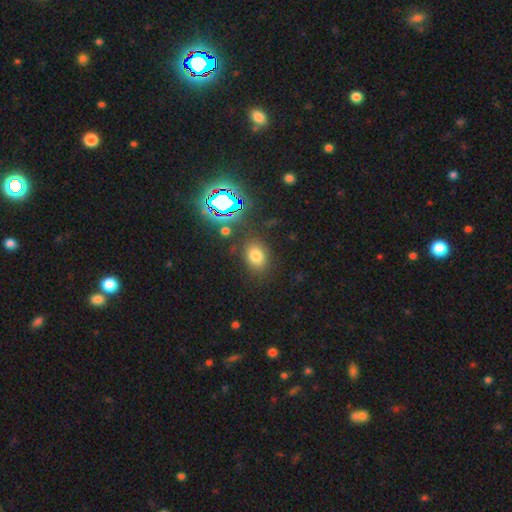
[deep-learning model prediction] This appears to be a smooth galaxy with no disk features (69%) that is in between round and cigar-shaped (67%). Merging: none (82%).